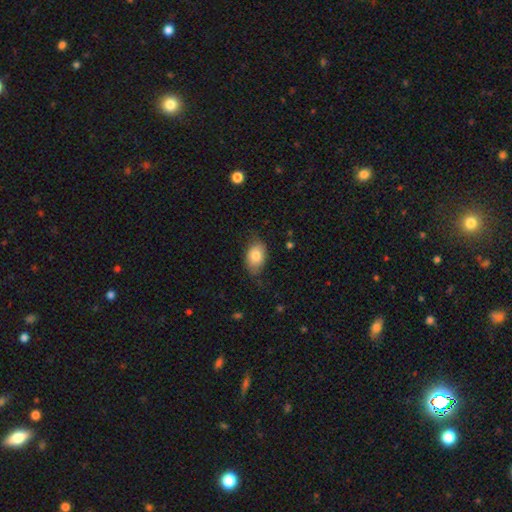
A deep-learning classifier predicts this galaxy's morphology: type=smooth (78%); roundness=in between (87%); merging=none (66%).